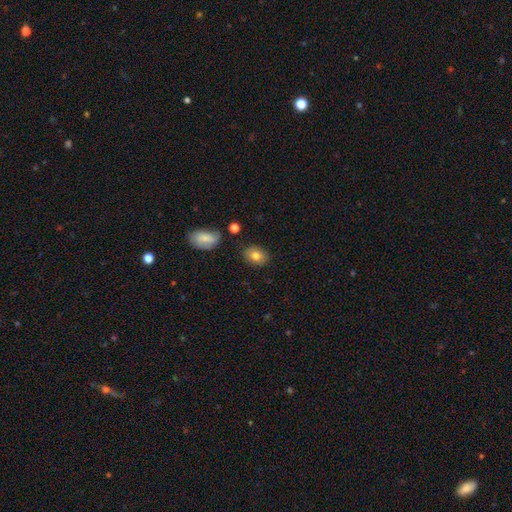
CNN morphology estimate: Smooth or featured? Predicted: smooth (p=0.79). How rounded? Predicted: in between (p=0.64). Merging? Predicted: none (p=0.84).